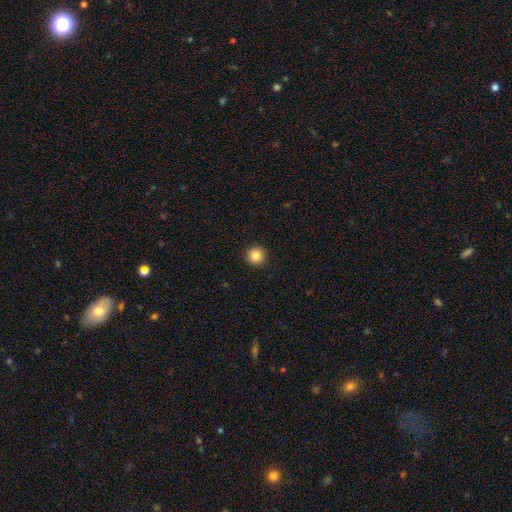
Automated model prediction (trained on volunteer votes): A smooth galaxy with no disk features (85%) that is round (96%). Merging: none (94%).